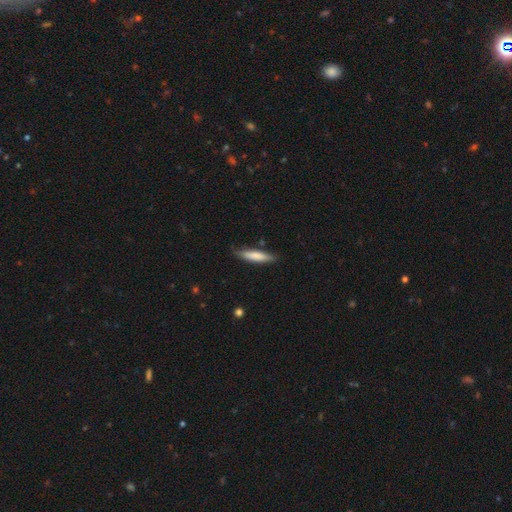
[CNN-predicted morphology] Smooth or featured? Predicted: smooth (p=0.76). How rounded? Predicted: cigar-shaped (p=0.81). Merging? Predicted: none (p=0.79).